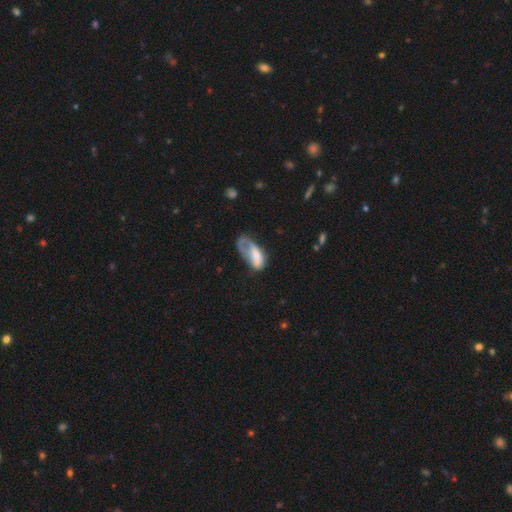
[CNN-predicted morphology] Smooth or featured? Predicted: smooth (p=0.56). How rounded? Predicted: in between (p=0.88). Merging? Predicted: major disturbance (p=0.48).